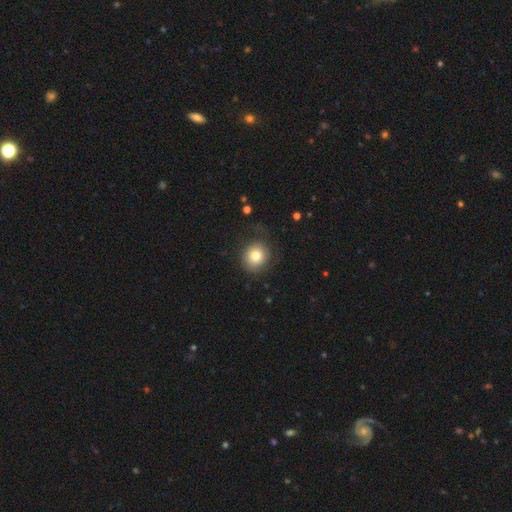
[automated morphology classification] Smooth or featured?
  - smooth: 78% *
  - featured or disk: 13%
  - star or artifact: 9%
How rounded?
  - round: 86% *
  - in between: 13%
  - cigar-shaped: 1%
Merging?
  - none: 74% *
  - minor disturbance: 16%
  - major disturbance: 9%
  - merger: 1%